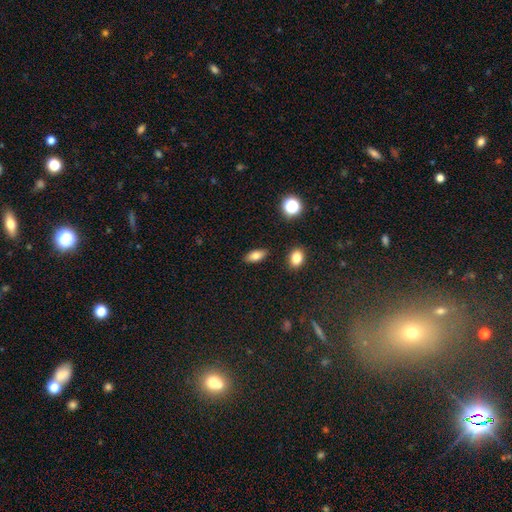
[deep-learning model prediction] The model was most divided on "smooth or featured": smooth: 77%, featured or disk: 13%, star or artifact: 10%. More confident: merging — none (87%); how rounded — in between (82%).